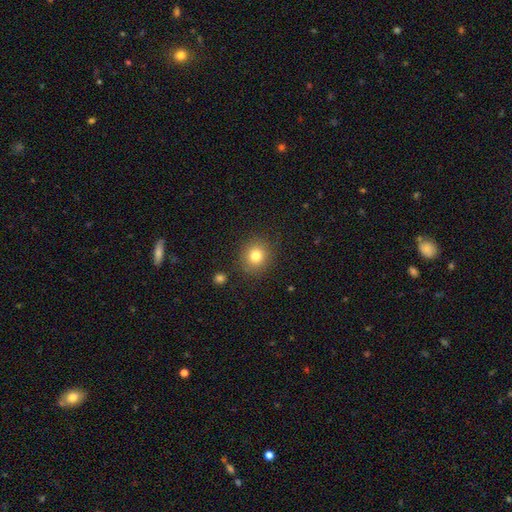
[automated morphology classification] smooth 80%, star or artifact 12%, featured or disk 8%. Down the decision tree: how rounded — round (87%); merging — none (87%).